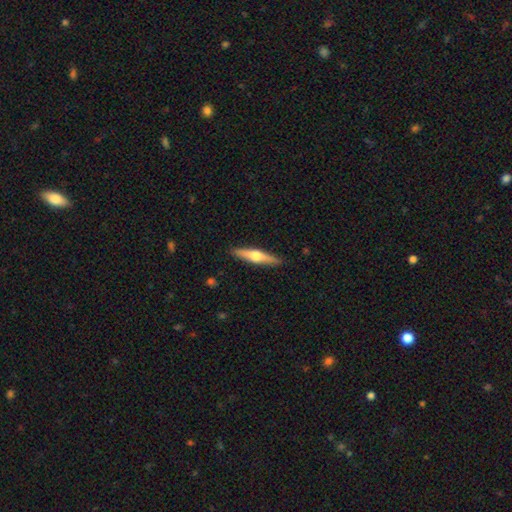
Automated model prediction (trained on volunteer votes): Q: Smooth or featured?
A: featured or disk (60%); runner-up: smooth (35%)
Q: Edge-on disk?
A: yes (96%); runner-up: no (4%)
Q: Edge-on bulge?
A: rounded (94%); runner-up: boxy (3%)
Q: Merging?
A: none (90%); runner-up: minor disturbance (7%)